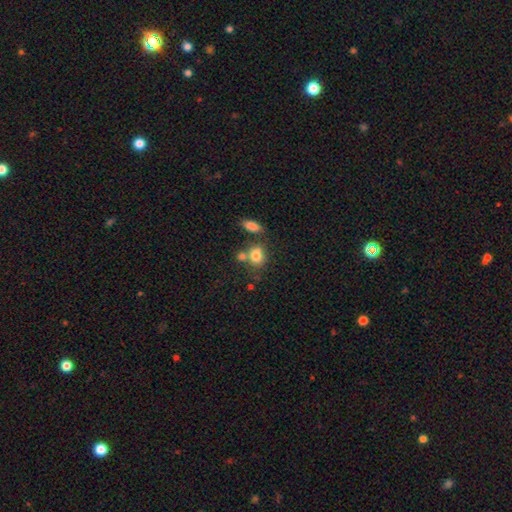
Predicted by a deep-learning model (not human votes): This appears to be a smooth galaxy with no disk features (78%) that is round (60%). Merging: none (49%).